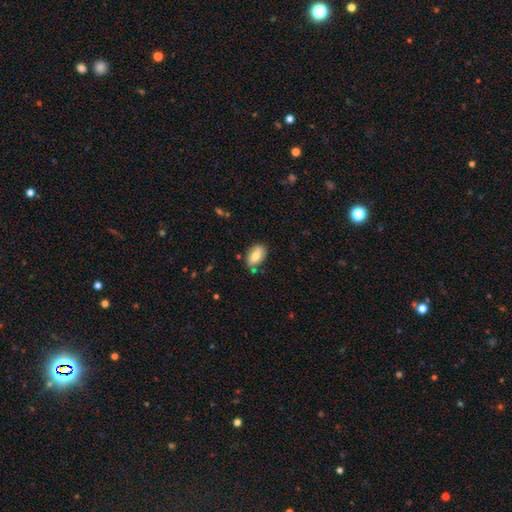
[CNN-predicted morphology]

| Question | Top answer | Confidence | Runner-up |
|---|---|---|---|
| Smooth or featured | smooth | 73% | featured or disk (20%) |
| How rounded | in between | 90% | round (7%) |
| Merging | none | 73% | minor disturbance (19%) |